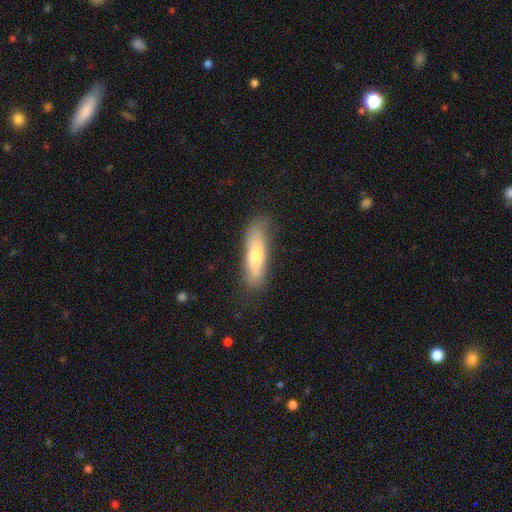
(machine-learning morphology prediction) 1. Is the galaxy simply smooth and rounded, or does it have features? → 66% smooth, 28% featured or disk, 6% star or artifact.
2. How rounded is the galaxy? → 67% cigar-shaped, 31% in between, 2% round.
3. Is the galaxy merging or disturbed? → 77% none, 17% minor disturbance, 5% major disturbance, 2% merger.